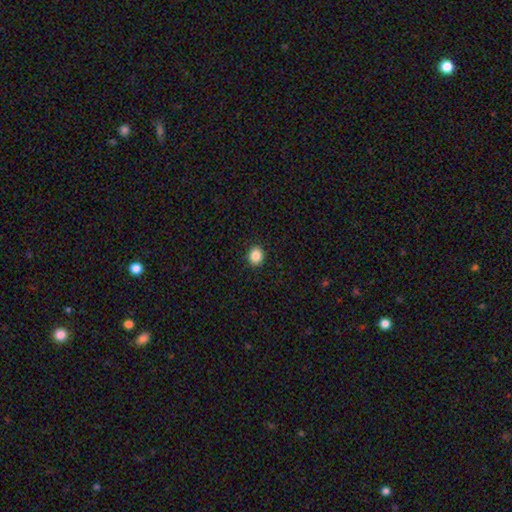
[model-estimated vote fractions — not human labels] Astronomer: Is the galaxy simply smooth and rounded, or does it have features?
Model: smooth — 87%.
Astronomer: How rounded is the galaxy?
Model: round — 73%.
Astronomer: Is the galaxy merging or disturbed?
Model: none — 92%.